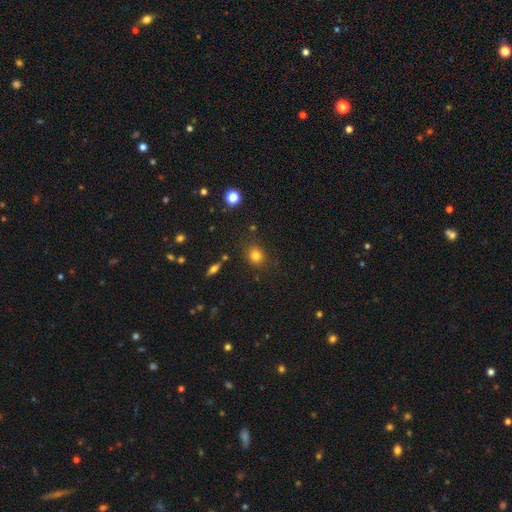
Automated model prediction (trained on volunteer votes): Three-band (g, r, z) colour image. It shows a smooth galaxy with no disk features (80%) that is round (70%). Merging: none (82%).